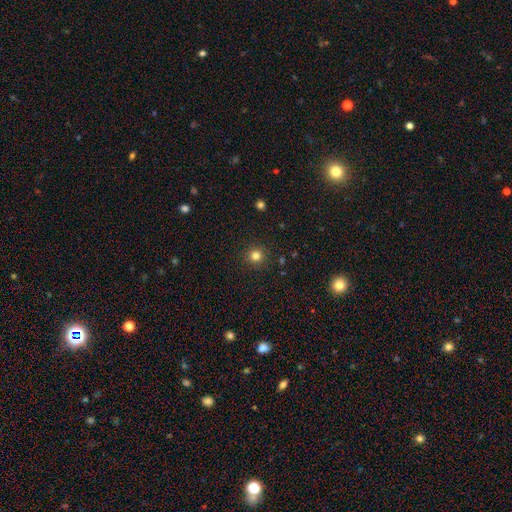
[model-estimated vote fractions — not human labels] A smooth galaxy with no disk features (81%) that is round (94%). Merging: none (91%).